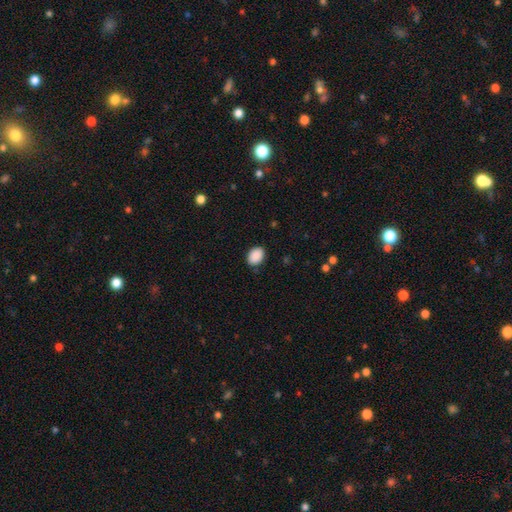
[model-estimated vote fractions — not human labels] This appears to be a smooth galaxy with no disk features (90%) that is in between round and cigar-shaped (74%). Merging: none (84%).